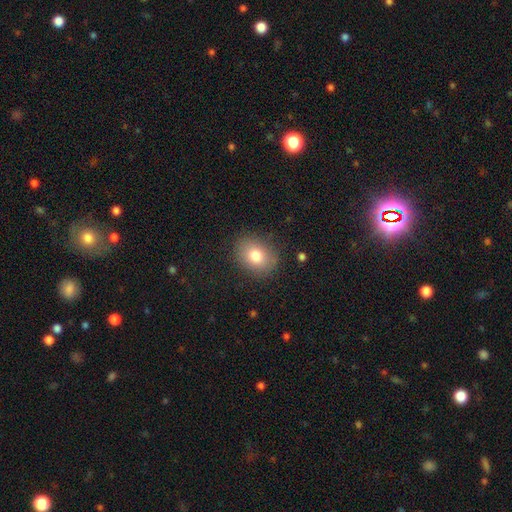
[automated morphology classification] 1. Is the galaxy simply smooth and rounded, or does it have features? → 78% smooth, 12% featured or disk, 10% star or artifact.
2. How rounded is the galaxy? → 54% in between, 45% round, 1% cigar-shaped.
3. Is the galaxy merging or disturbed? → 86% none, 10% minor disturbance, 3% major disturbance, 1% merger.